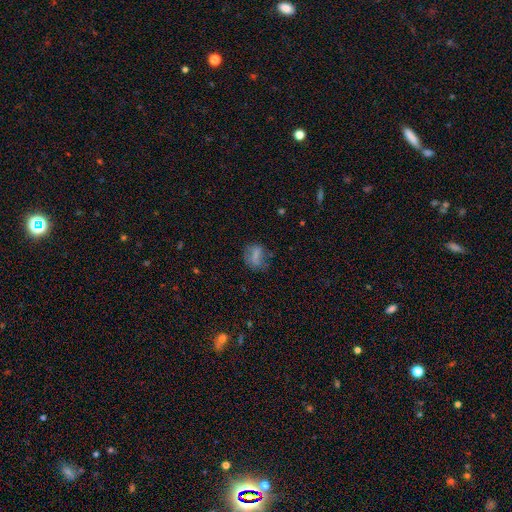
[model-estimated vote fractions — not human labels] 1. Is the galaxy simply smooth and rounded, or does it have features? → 60% smooth, 27% featured or disk, 13% star or artifact.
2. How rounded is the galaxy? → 54% in between, 42% round, 4% cigar-shaped.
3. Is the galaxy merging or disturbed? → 55% none, 25% minor disturbance, 17% major disturbance, 3% merger.